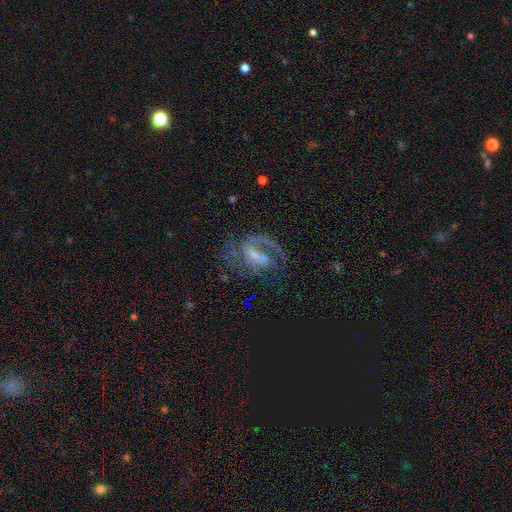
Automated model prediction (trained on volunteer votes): This is clearly a featured or disk galaxy (83%). It is clearly not viewed edge-on (97%). Bar: possibly weak (49%). Spiral arm pattern: clearly yes (92%). Spiral arm count: possibly 1 (45%). Spiral winding: possibly medium (50%). Central bulge: possibly small (49%). Merging: possibly none (54%).